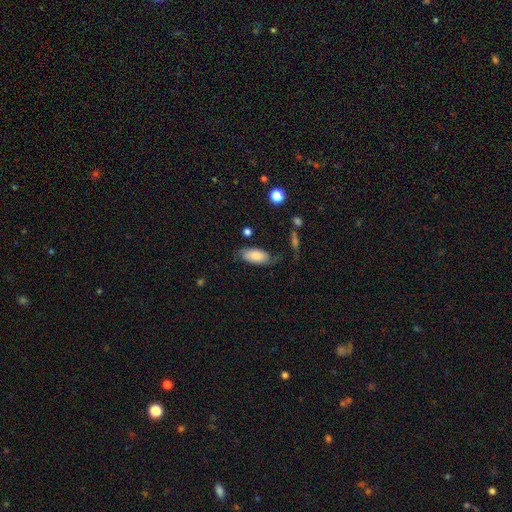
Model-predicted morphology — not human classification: smooth-or-featured: smooth: 73% | featured or disk: 20% | star or artifact: 7%
  how-rounded: in between: 90% | cigar-shaped: 7% | round: 2%
  merging: none: 60% | minor disturbance: 26% | major disturbance: 12% | merger: 3%